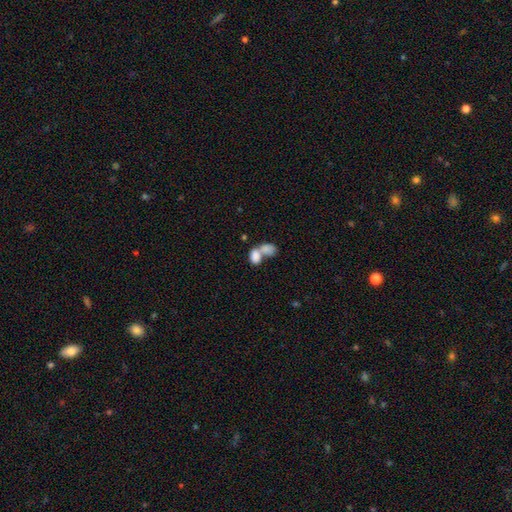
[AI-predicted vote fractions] Smooth or featured: smooth — 82% (featured or disk — 10%)
How rounded: in between — 86% (round — 13%)
Merging: merger — 70% (none — 18%)